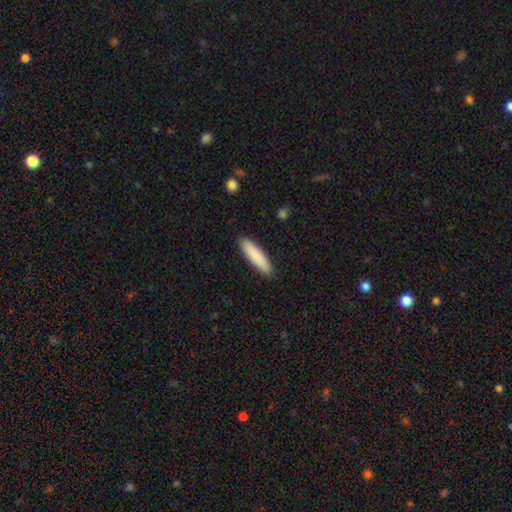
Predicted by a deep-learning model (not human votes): Morphology: type=smooth (86%); roundness=cigar-shaped (73%); merging=none (89%).